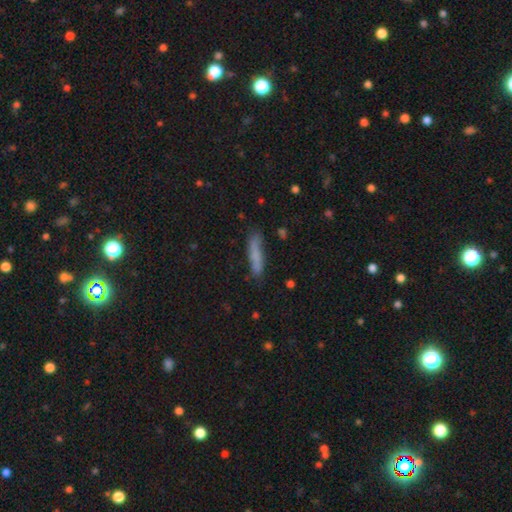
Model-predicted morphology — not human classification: A smooth galaxy with no disk features (74%) that is cigar-shaped (85%). Merging: none (71%).